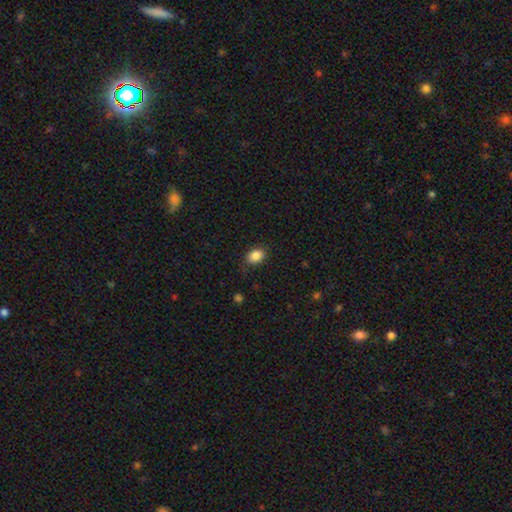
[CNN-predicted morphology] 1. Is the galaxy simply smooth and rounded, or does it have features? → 86% smooth, 9% star or artifact, 5% featured or disk.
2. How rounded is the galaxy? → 71% in between, 28% round, 1% cigar-shaped.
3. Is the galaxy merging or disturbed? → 81% none, 14% minor disturbance, 3% major disturbance, 1% merger.